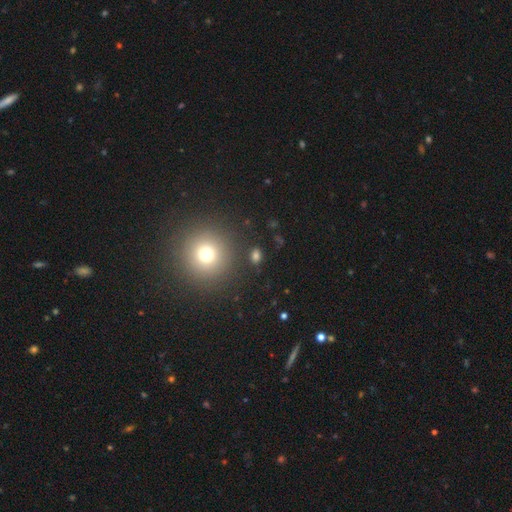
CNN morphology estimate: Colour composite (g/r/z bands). It shows a smooth galaxy with no disk features (71%) that is round (53%). Merging: none (84%).